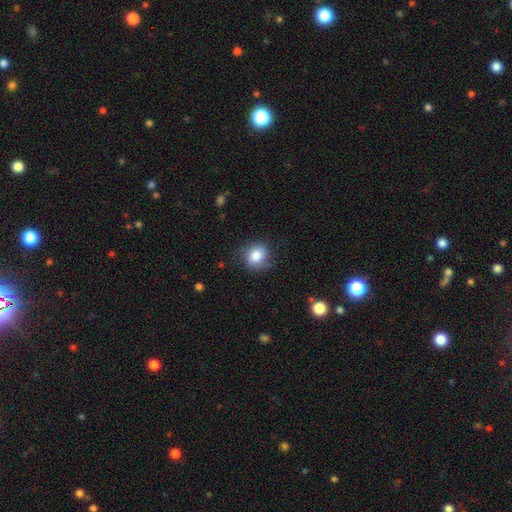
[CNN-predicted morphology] Smooth or featured? Predicted: smooth (p=0.80). How rounded? Predicted: round (p=0.73). Merging? Predicted: none (p=0.69).